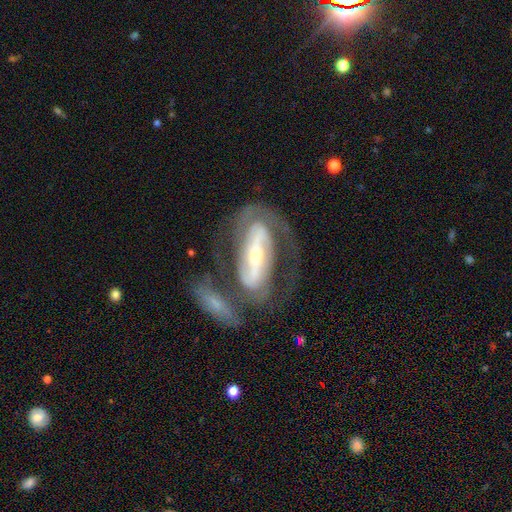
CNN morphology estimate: This appears to be a featured or disk galaxy (87%) with a strong bar (67%), 2 (80%) tight (47%) spiral arms (91%) and a small central bulge (62%). Merging: none (53%).